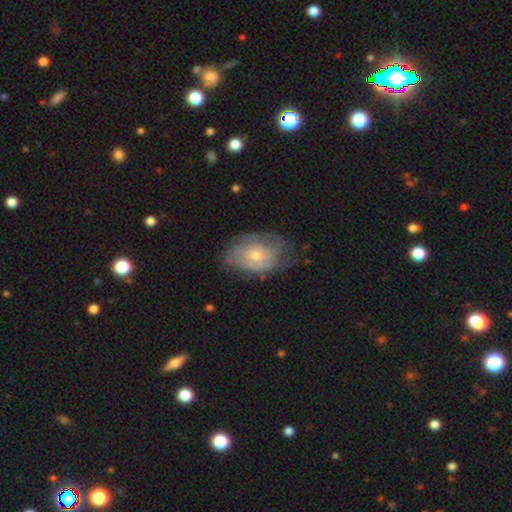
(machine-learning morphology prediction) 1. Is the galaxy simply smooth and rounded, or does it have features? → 65% featured or disk, 27% smooth, 7% star or artifact.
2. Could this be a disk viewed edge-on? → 95% no, 5% yes.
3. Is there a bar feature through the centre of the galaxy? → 72% no, 24% weak, 3% strong.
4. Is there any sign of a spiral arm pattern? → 78% yes, 22% no.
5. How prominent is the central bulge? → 56% small, 40% moderate, 2% none, 2% large, 1% dominant.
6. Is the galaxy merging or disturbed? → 58% none, 28% minor disturbance, 12% major disturbance, 1% merger.